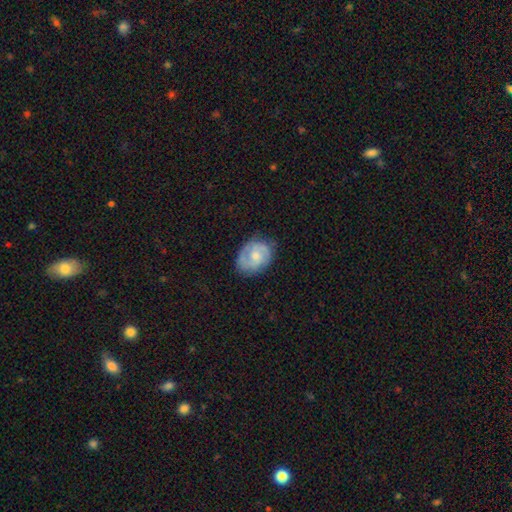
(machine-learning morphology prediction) A featured or disk galaxy (66%) with no bar (58%), 2 (76%) medium (44%) spiral arms (88%) and a moderate central bulge (49%).

Vote fractions:
- Smooth or featured? featured or disk: 66% / smooth: 28% / star or artifact: 6%
- Edge-on disk? no: 97% / yes: 3%
- Bar? no: 58% / weak: 37% / strong: 5%
- Spiral arms? yes: 88% / no: 12%
- Spiral winding? medium: 44% / tight: 41% / loose: 15%
- Spiral arm count? 2: 76% / can't tell: 13% / 1: 5% / 3: 3% / 4: 1% / more than 4: 1%
- Bulge size? moderate: 49% / small: 39% / none: 6% / large: 4% / dominant: 1%
- Merging? none: 75% / minor disturbance: 18% / major disturbance: 5% / merger: 1%